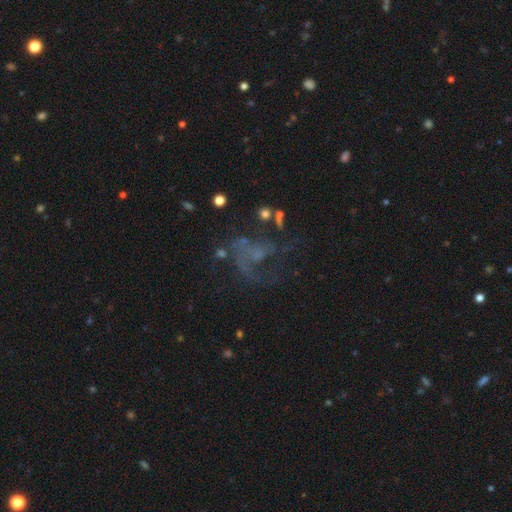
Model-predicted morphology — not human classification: type=featured or disk (62%); edge-on=no (98%); bar=no (76%); spiral arms=yes (60%); bulge=none (48%); merging=major disturbance (42%).